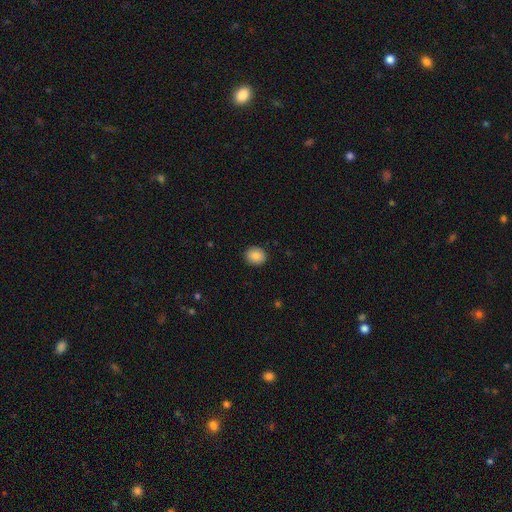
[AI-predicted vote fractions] A smooth galaxy with no disk features (88%) that is round (75%).

Vote fractions:
- Smooth or featured? smooth: 88% / star or artifact: 8% / featured or disk: 4%
- How rounded? round: 75% / in between: 24% / cigar-shaped: 1%
- Merging? none: 91% / minor disturbance: 6% / major disturbance: 2% / merger: 1%